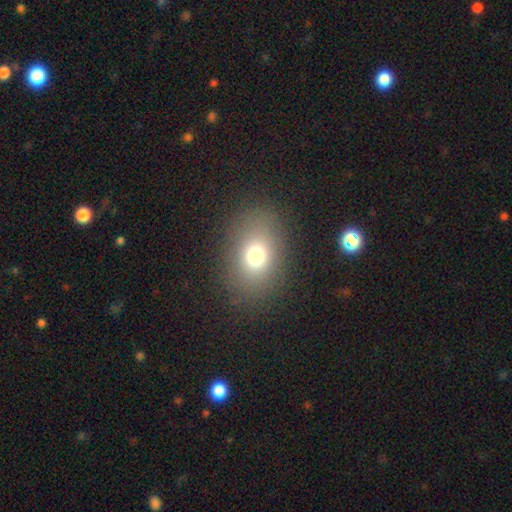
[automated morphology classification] smooth 72%, star or artifact 16%, featured or disk 12%. Down the decision tree: how rounded — in between (67%); merging — none (84%).